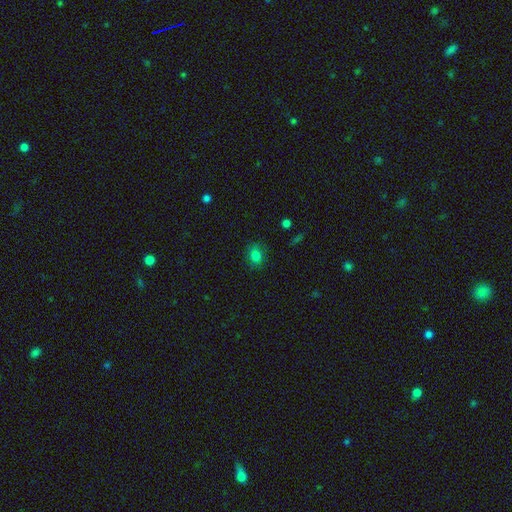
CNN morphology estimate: The model was most divided on "how rounded" (2-way tie): in between: 49%, round: 49%, cigar-shaped: 1%. More confident: merging — none (82%); smooth or featured — smooth (80%).